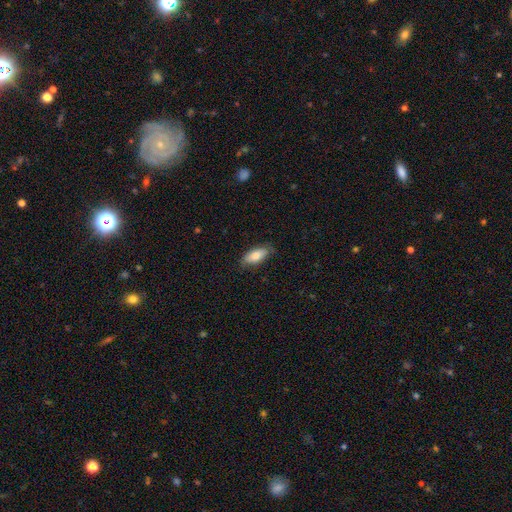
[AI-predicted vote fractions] This appears to be a smooth galaxy with no disk features (80%) that is in between round and cigar-shaped (83%). Merging: none (81%).